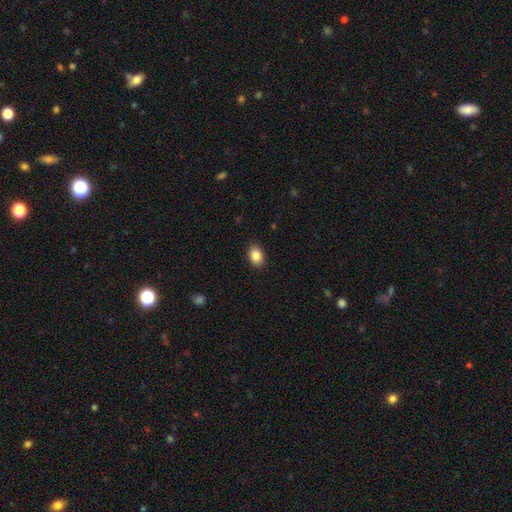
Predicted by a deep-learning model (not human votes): Overall: smooth (86%). How rounded: in between (82%). Merging: none (89%).